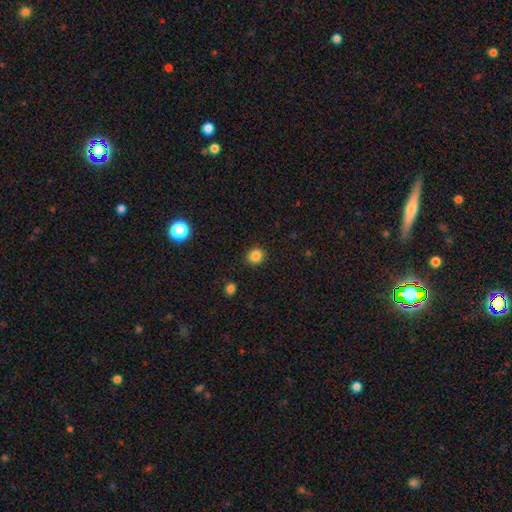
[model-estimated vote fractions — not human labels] Overall: smooth (84%). How rounded: round (81%). Merging: none (90%).